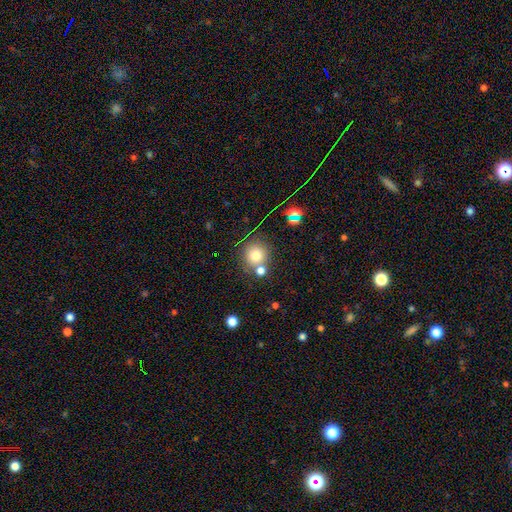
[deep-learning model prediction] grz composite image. It shows a smooth galaxy with no disk features (76%) that is round (89%). Merging: none (67%).